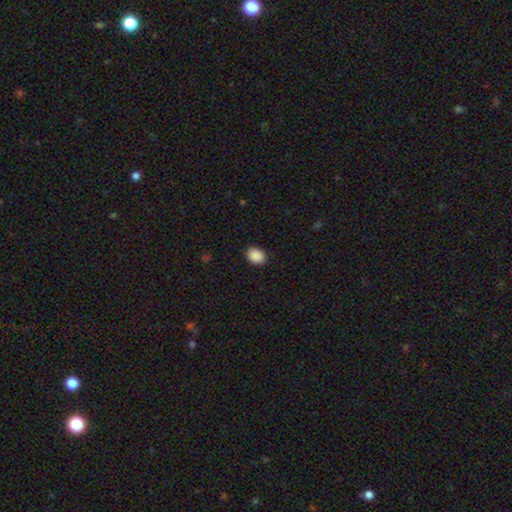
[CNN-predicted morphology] Smooth or featured? Predicted: smooth (p=0.90). How rounded? Predicted: in between (p=0.66). Merging? Predicted: none (p=0.88).